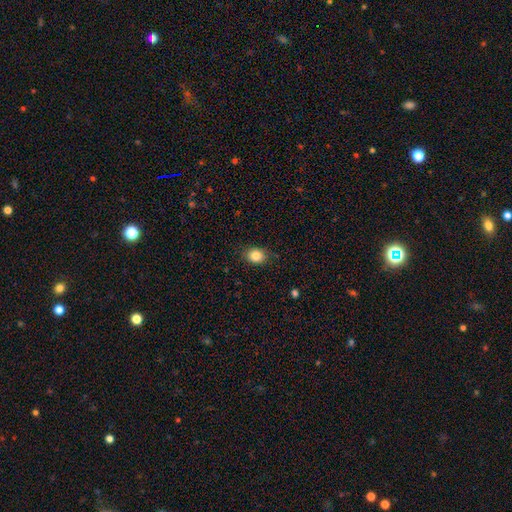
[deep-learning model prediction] A smooth galaxy with no disk features (85%) that is round (52%). Merging: none (82%).